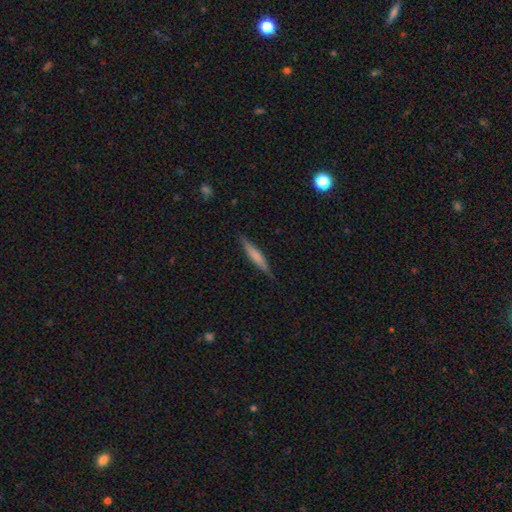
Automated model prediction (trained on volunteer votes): A smooth galaxy with no disk features (58%) that is cigar-shaped (92%). Merging: none (87%).